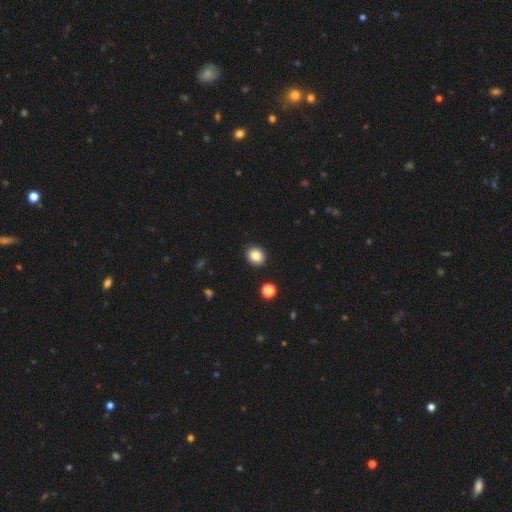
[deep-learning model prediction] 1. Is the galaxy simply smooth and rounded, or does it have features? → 86% smooth, 9% star or artifact, 5% featured or disk.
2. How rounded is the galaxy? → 59% round, 40% in between, 1% cigar-shaped.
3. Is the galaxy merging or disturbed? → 89% none, 7% minor disturbance, 2% major disturbance, 2% merger.